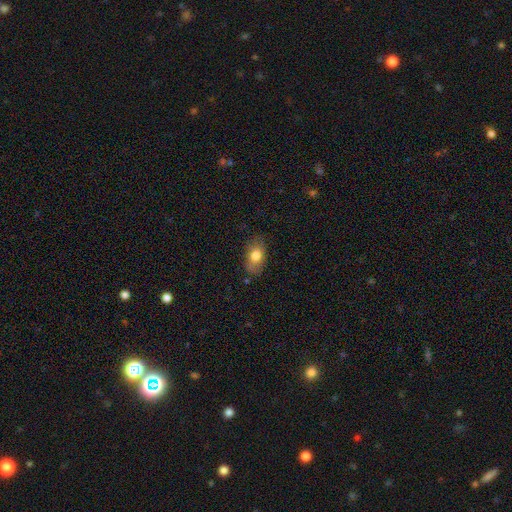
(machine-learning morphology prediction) This appears to be a smooth galaxy with no disk features (77%) that is in between round and cigar-shaped (87%). Merging: none (75%).